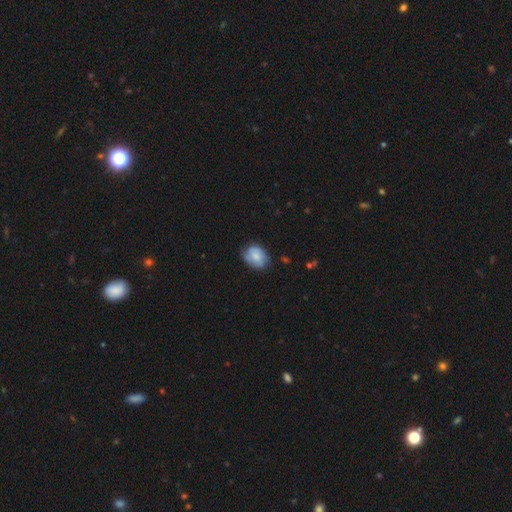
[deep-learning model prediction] Smooth or featured: smooth — 63% (featured or disk — 29%)
How rounded: in between — 66% (round — 33%)
Merging: none — 66% (minor disturbance — 27%)